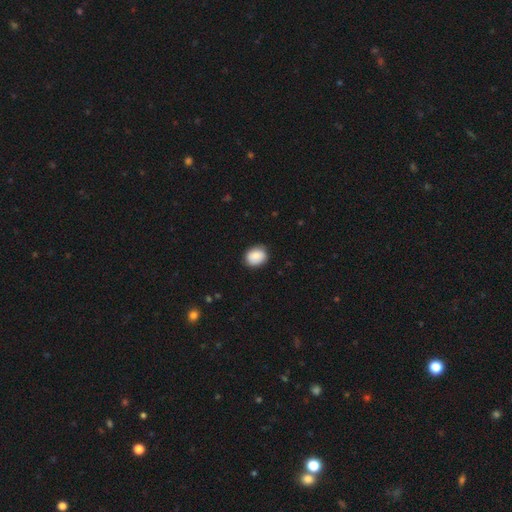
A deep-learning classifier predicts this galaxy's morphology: Q: Smooth or featured?
A: smooth (83%); runner-up: featured or disk (9%)
Q: How rounded?
A: round (55%); runner-up: in between (44%)
Q: Merging?
A: none (84%); runner-up: minor disturbance (12%)